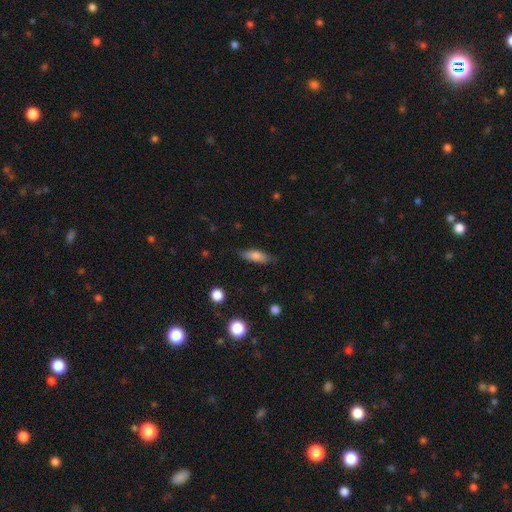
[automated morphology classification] Q: Smooth or featured?
A: smooth (76%); runner-up: featured or disk (16%)
Q: How rounded?
A: in between (57%); runner-up: cigar-shaped (40%)
Q: Merging?
A: none (81%); runner-up: minor disturbance (15%)